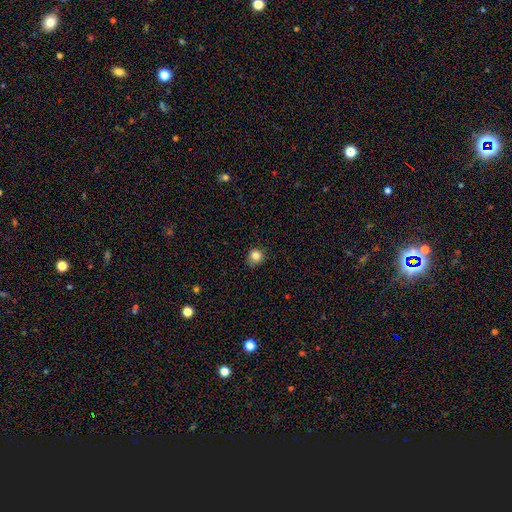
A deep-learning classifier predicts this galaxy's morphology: This is clearly a smooth galaxy (83%). How rounded: clearly round (88%). Merging: clearly none (82%).